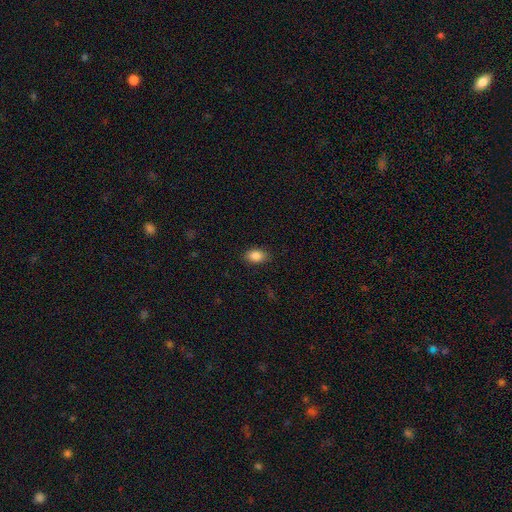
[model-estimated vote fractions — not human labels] Morphology: type=smooth (86%); roundness=in between (85%); merging=none (88%).